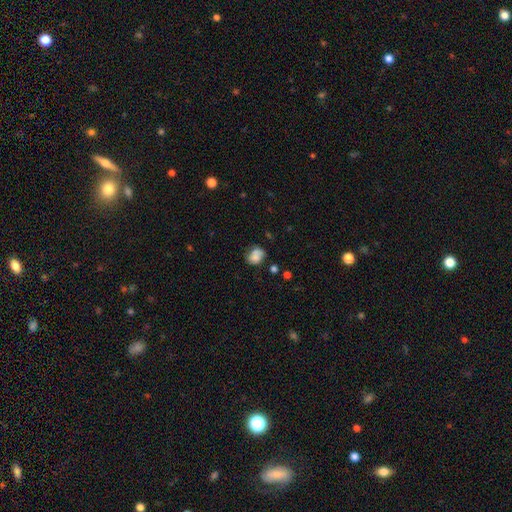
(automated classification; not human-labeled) This appears to be a smooth galaxy with no disk features (72%) that is round (52%). Merging: none (55%).